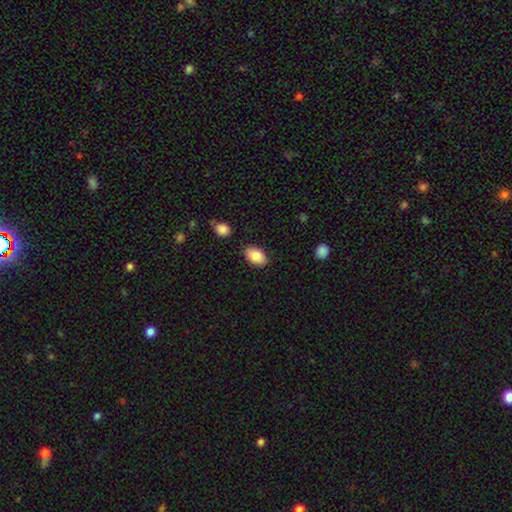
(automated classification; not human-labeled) This appears to be a smooth galaxy with no disk features (86%) that is in between round and cigar-shaped (90%). Merging: none (84%).